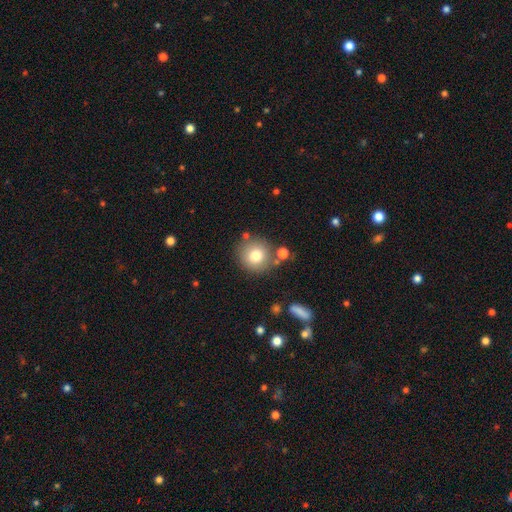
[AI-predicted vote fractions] smooth 77%, featured or disk 13%, star or artifact 11%. Down the decision tree: how rounded — round (91%); merging — none (77%).